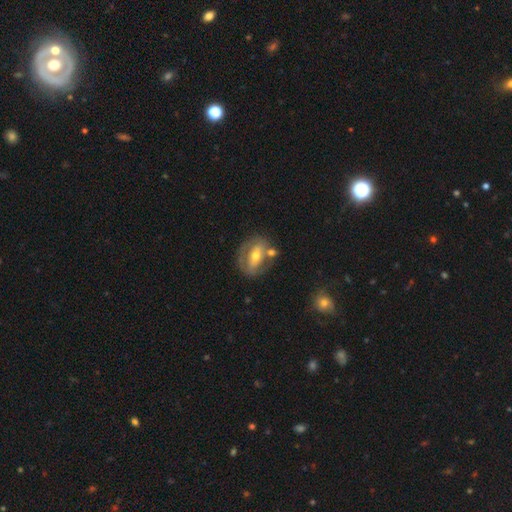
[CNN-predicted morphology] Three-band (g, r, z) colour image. It shows a featured or disk galaxy (60%) with a strong bar (44%), no spiral arms (66%) and a moderate central bulge (68%). Merging: none (61%).